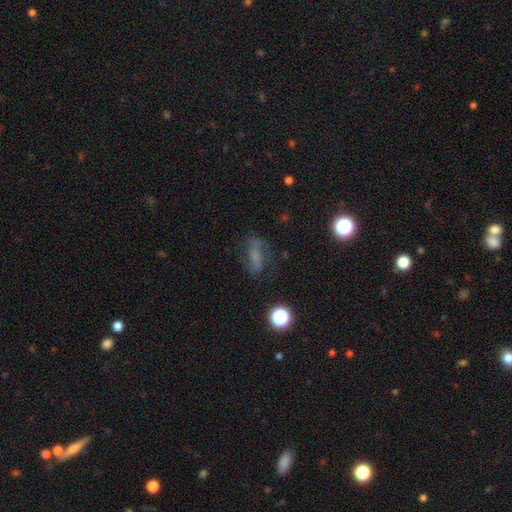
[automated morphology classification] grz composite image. It shows a smooth galaxy with no disk features (46%). Merging: none (64%).